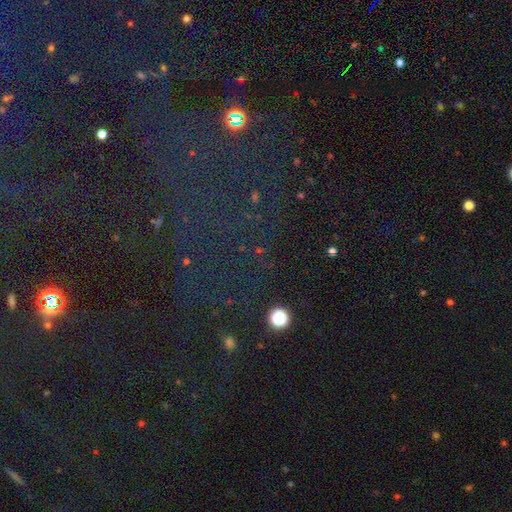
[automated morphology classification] Smooth or featured?
  - star or artifact: 78% *
  - smooth: 13%
  - featured or disk: 9%